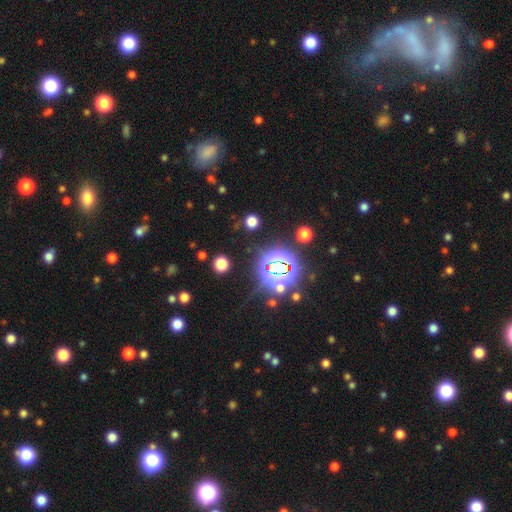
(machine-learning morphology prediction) The model was most divided on "smooth or featured": star or artifact: 65%, smooth: 19%, featured or disk: 16%.